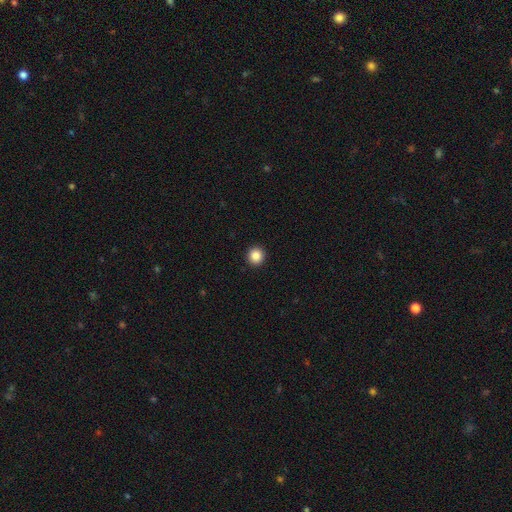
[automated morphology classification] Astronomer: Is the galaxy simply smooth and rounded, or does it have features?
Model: smooth — 86%.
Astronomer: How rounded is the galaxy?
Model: round — 93%.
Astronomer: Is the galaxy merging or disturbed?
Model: none — 94%.